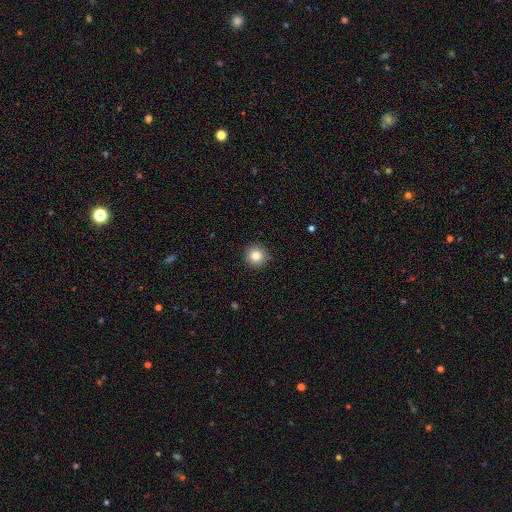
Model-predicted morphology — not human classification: Q: Smooth or featured?
A: smooth (85%); runner-up: star or artifact (10%)
Q: How rounded?
A: round (95%); runner-up: in between (4%)
Q: Merging?
A: none (92%); runner-up: minor disturbance (6%)